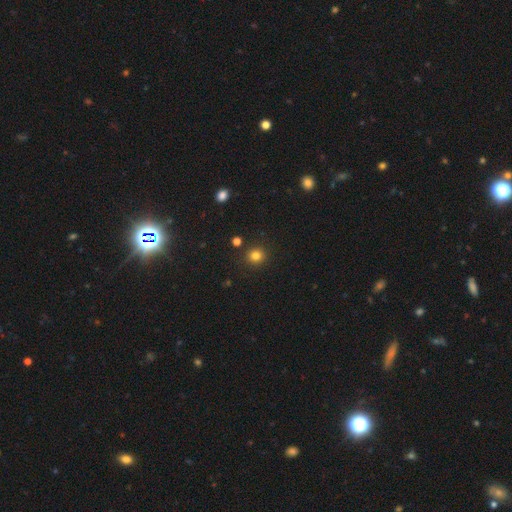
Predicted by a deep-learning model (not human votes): smooth-or-featured: smooth: 81% | star or artifact: 14% | featured or disk: 5%
  how-rounded: round: 90% | in between: 9% | cigar-shaped: 1%
  merging: none: 89% | minor disturbance: 6% | merger: 2% | major disturbance: 2%